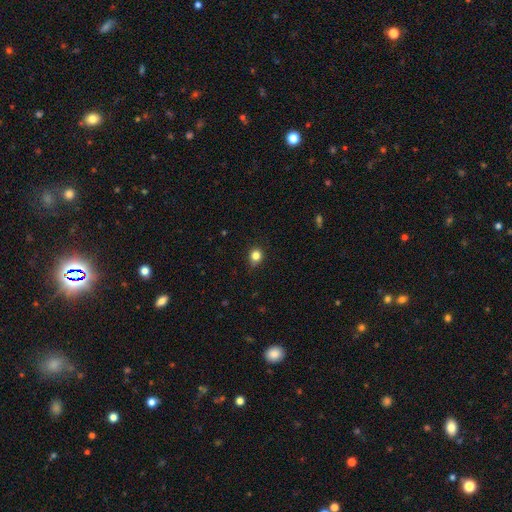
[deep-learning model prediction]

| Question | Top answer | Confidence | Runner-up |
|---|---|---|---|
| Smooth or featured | smooth | 83% | star or artifact (12%) |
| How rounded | round | 80% | in between (19%) |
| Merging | none | 82% | minor disturbance (15%) |